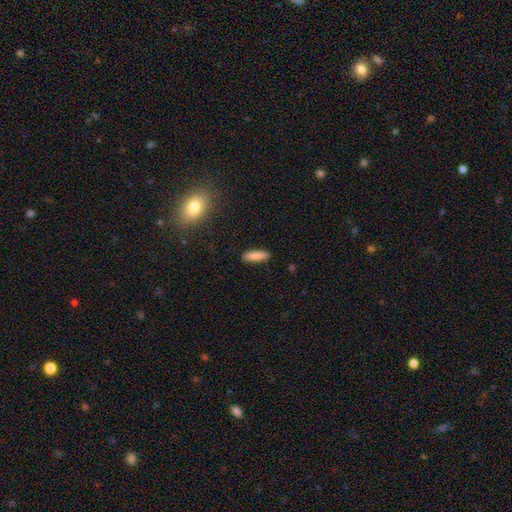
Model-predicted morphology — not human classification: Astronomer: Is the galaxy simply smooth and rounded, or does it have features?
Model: smooth — 86%.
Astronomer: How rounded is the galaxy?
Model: cigar-shaped — 55% (runner-up: in between, 44%).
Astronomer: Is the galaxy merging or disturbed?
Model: none — 88%.